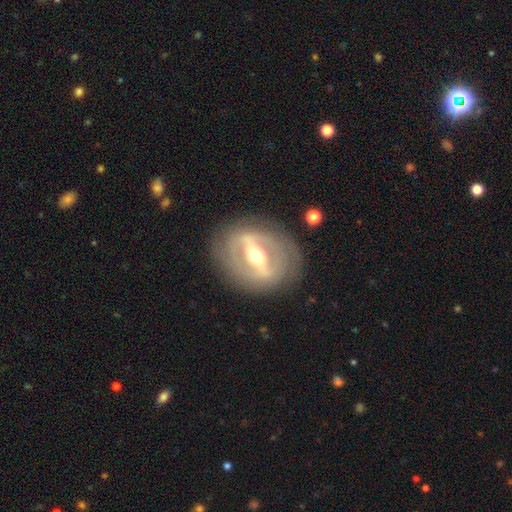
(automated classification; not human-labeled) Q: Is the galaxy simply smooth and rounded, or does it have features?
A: featured or disk — 81%.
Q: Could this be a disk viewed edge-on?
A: no — 84%.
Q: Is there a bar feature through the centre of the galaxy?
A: strong — 77%.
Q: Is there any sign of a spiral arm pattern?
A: no — 58%.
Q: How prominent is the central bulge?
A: moderate — 70%.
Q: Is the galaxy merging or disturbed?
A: none — 83%.